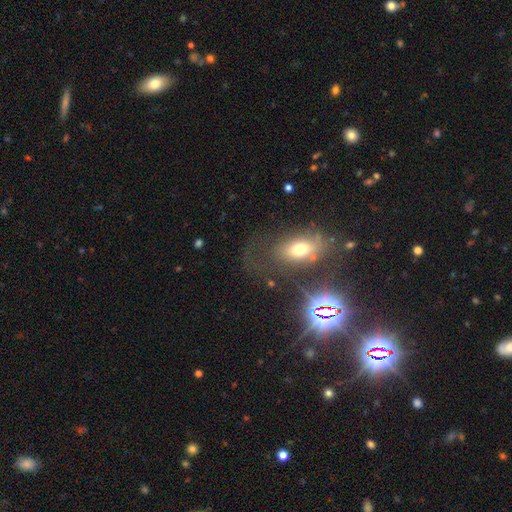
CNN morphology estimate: This appears to be a smooth galaxy with no disk features (38%). Merging: none (63%).